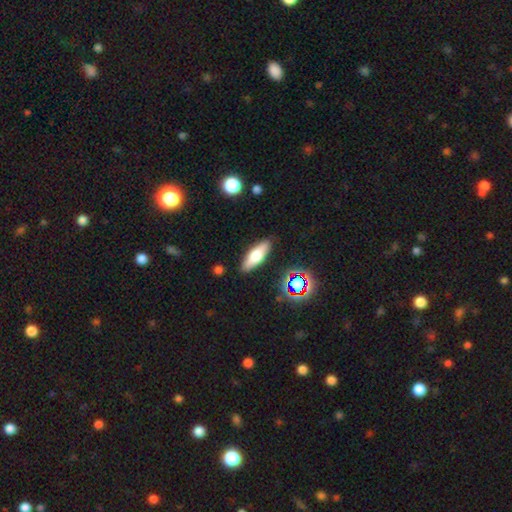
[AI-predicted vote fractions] A smooth galaxy with no disk features (64%) that is in between round and cigar-shaped (57%). Merging: none (87%).